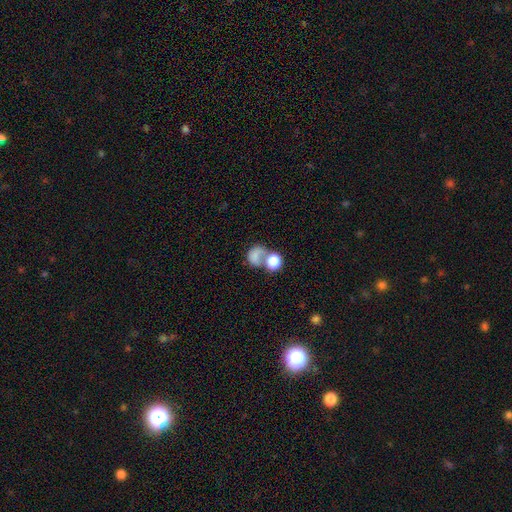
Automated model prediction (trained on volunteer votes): smooth-or-featured: smooth: 71% | featured or disk: 16% | star or artifact: 13%
  how-rounded: round: 55% | in between: 43% | cigar-shaped: 1%
  merging: merger: 48% | none: 24% | major disturbance: 16% | minor disturbance: 11%